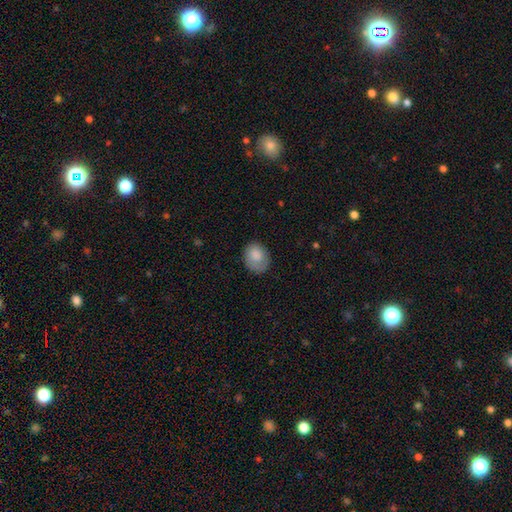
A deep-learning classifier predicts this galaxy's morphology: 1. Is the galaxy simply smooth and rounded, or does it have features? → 82% smooth, 11% featured or disk, 7% star or artifact.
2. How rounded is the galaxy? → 52% in between, 47% round, 1% cigar-shaped.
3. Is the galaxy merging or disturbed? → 69% none, 22% minor disturbance, 8% major disturbance, 1% merger.